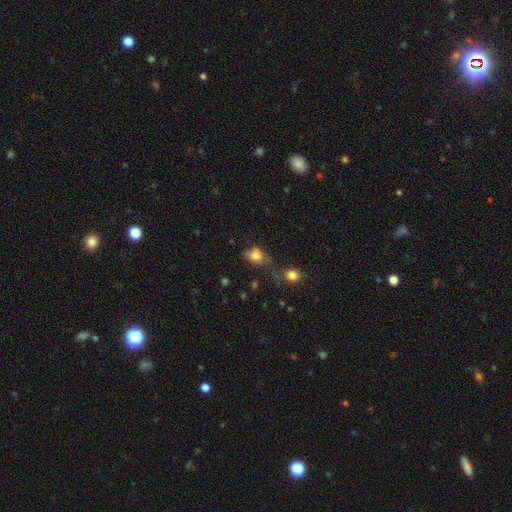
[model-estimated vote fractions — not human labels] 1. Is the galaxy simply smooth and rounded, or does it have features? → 77% smooth, 11% featured or disk, 11% star or artifact.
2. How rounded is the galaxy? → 57% in between, 41% round, 2% cigar-shaped.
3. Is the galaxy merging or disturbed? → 41% none, 24% minor disturbance, 20% merger, 15% major disturbance.